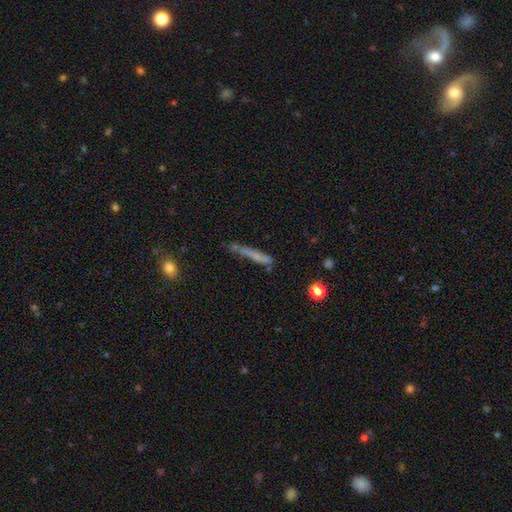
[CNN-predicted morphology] type=smooth (56%); roundness=cigar-shaped (92%); merging=none (58%).